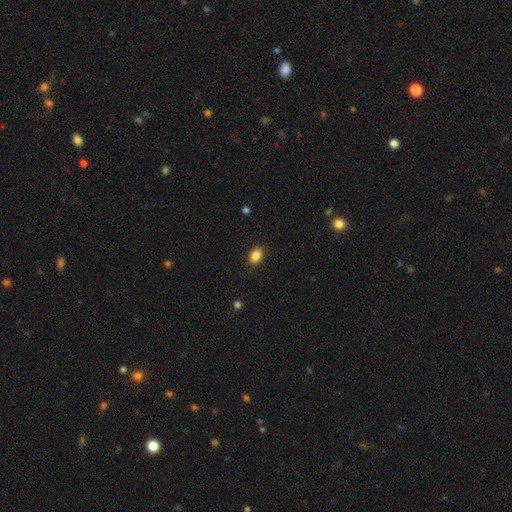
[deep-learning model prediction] This is clearly a smooth galaxy (86%). How rounded: likely in between (76%). Merging: clearly none (88%).